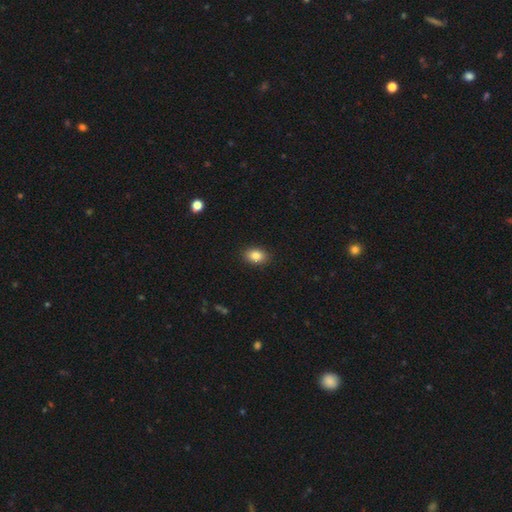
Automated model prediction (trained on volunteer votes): Smooth or featured?
  - smooth: 86% *
  - star or artifact: 9%
  - featured or disk: 5%
How rounded?
  - in between: 77% *
  - round: 22%
  - cigar-shaped: 1%
Merging?
  - none: 89% *
  - minor disturbance: 8%
  - major disturbance: 2%
  - merger: 1%